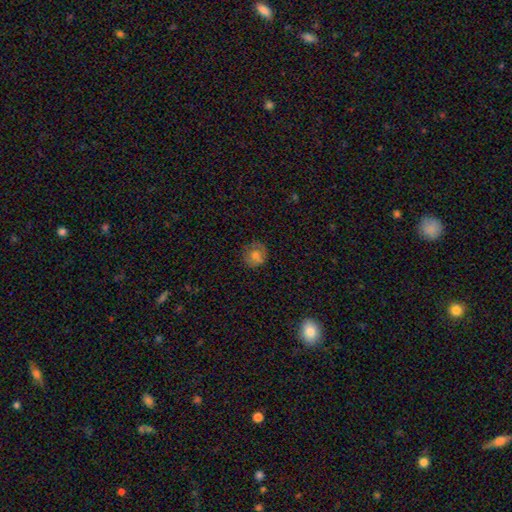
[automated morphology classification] smooth_or_featured: smooth (p=0.68) [alt: featured or disk p=0.21]
how_rounded: round (p=0.87) [alt: in between p=0.12]
merging: none (p=0.78) [alt: minor disturbance p=0.16]